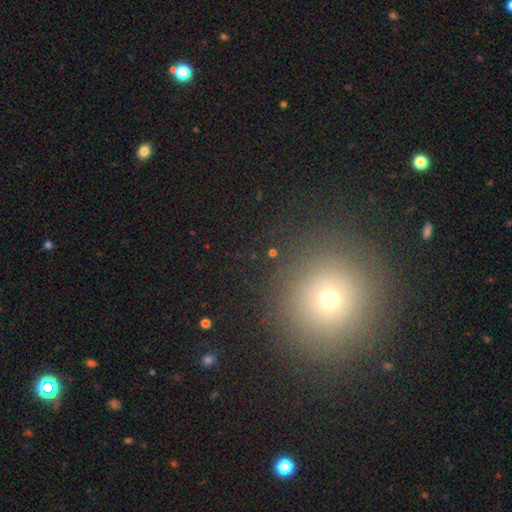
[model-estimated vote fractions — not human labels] smooth_or_featured: smooth (p=0.61) [alt: star or artifact p=0.29]
how_rounded: round (p=0.94) [alt: in between p=0.05]
merging: none (p=0.90) [alt: minor disturbance p=0.06]